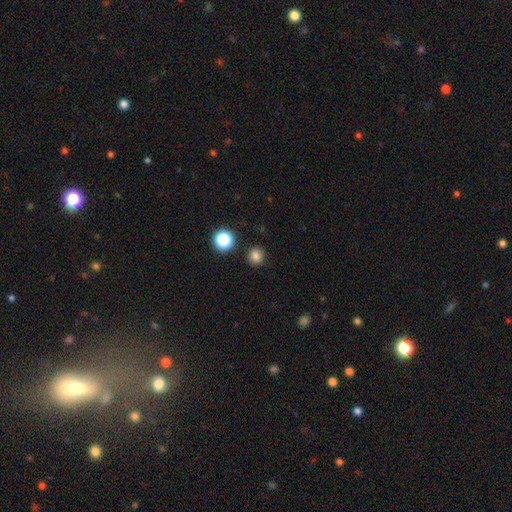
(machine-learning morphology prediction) smooth_or_featured: smooth (p=0.81) [alt: star or artifact p=0.15]
how_rounded: round (p=0.90) [alt: in between p=0.09]
merging: none (p=0.89) [alt: minor disturbance p=0.07]